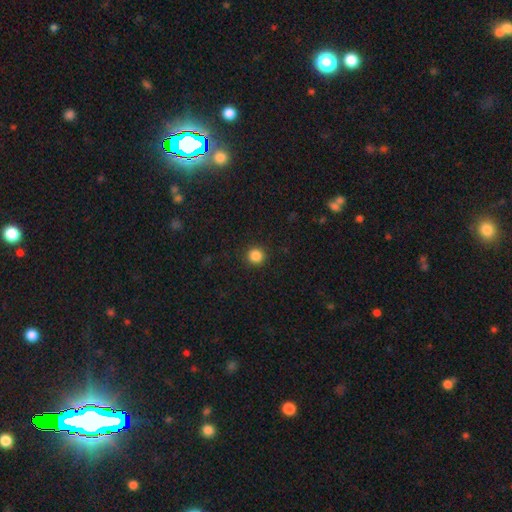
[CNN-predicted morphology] A smooth galaxy with no disk features (86%) that is round (95%). Merging: none (92%).